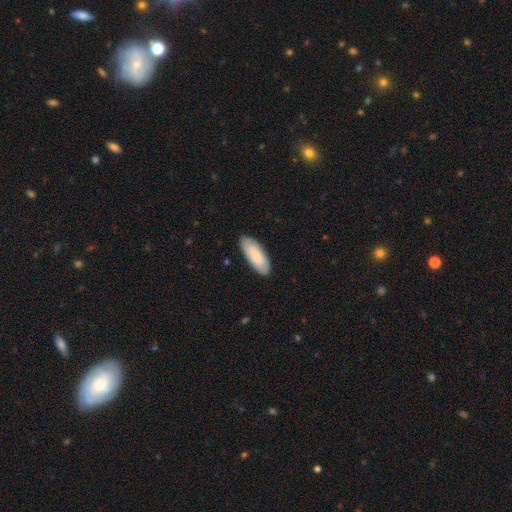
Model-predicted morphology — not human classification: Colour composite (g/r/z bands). It shows a smooth galaxy with no disk features (82%) that is in between round and cigar-shaped (75%). Merging: none (86%).